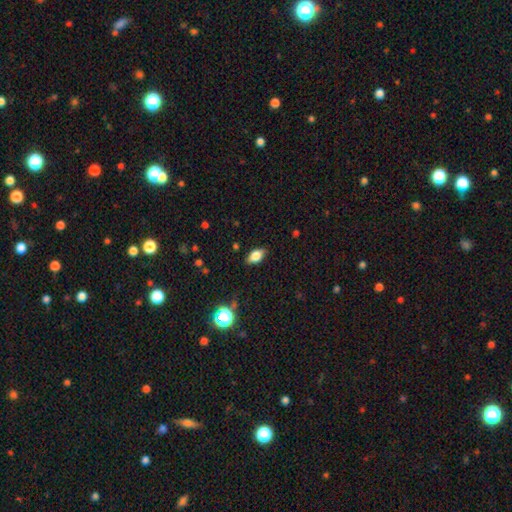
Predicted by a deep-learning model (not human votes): This appears to be a smooth galaxy with no disk features (73%) that is in between round and cigar-shaped (85%). Merging: none (83%).